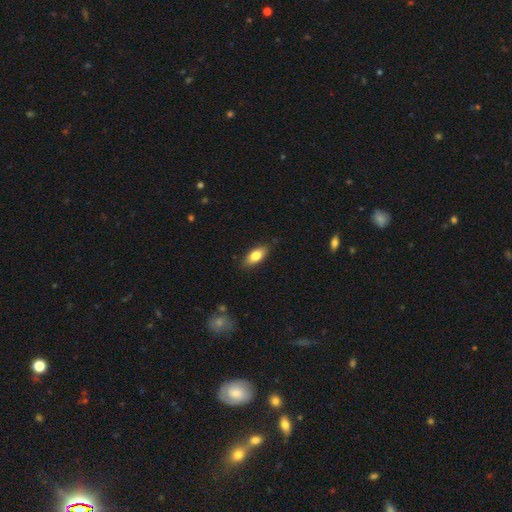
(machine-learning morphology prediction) type=smooth (76%); roundness=in between (83%); merging=none (86%).